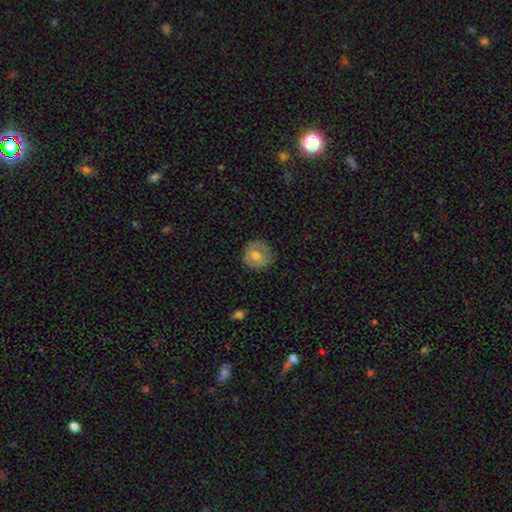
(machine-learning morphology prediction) A smooth galaxy with no disk features (63%) that is round (88%). Merging: none (83%).